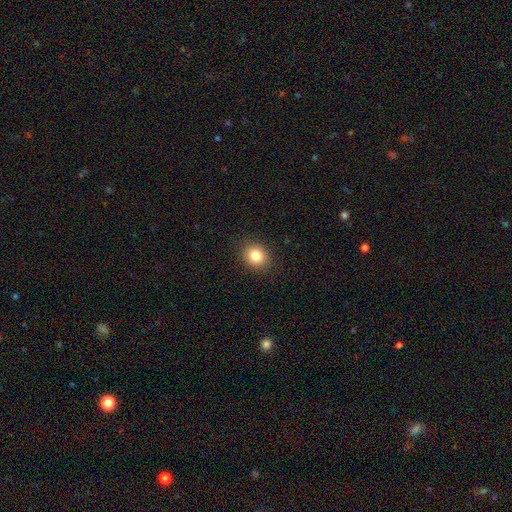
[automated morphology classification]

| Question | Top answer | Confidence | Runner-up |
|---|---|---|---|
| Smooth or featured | smooth | 83% | star or artifact (10%) |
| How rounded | round | 68% | in between (31%) |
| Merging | none | 89% | minor disturbance (8%) |